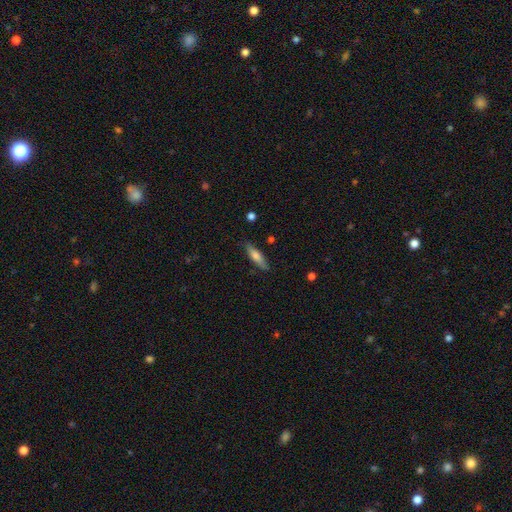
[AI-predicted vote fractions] Smooth or featured? Predicted: smooth (p=0.67). How rounded? Predicted: cigar-shaped (p=0.69). Merging? Predicted: none (p=0.83).